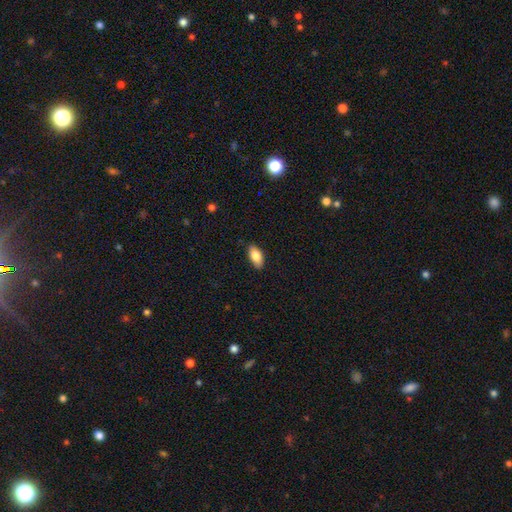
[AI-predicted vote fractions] A smooth galaxy with no disk features (83%) that is in between round and cigar-shaped (91%). Merging: none (87%).